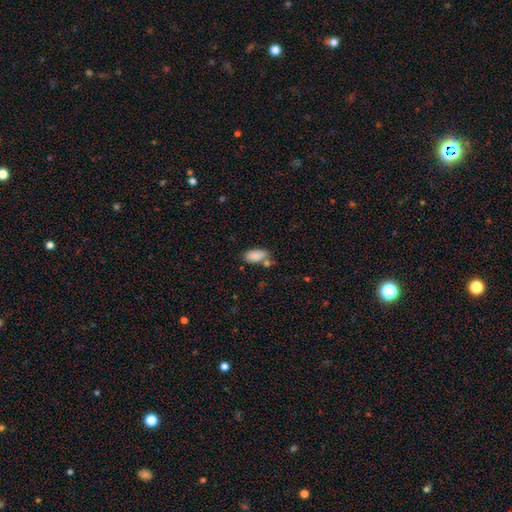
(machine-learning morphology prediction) Q: Smooth or featured?
A: smooth (86%); runner-up: star or artifact (8%)
Q: How rounded?
A: in between (92%); runner-up: cigar-shaped (5%)
Q: Merging?
A: none (55%); runner-up: merger (23%)